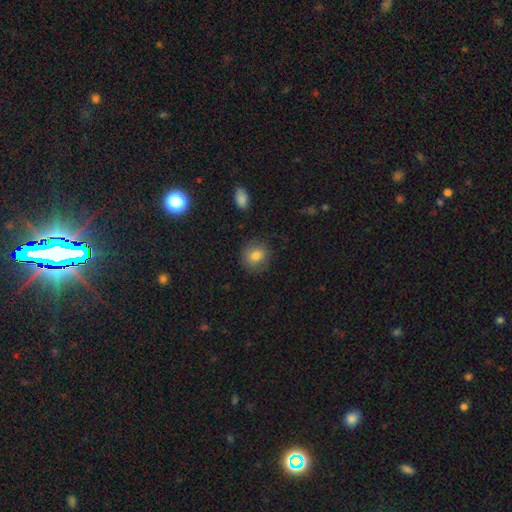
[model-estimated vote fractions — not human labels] Q: Smooth or featured?
A: smooth (80%); runner-up: star or artifact (10%)
Q: How rounded?
A: round (83%); runner-up: in between (16%)
Q: Merging?
A: none (84%); runner-up: minor disturbance (11%)